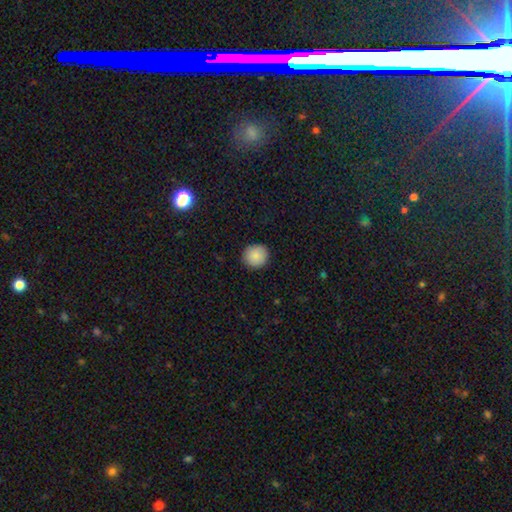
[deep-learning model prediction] A smooth galaxy with no disk features (87%) that is round (92%).

Vote fractions:
- Smooth or featured? smooth: 87% / star or artifact: 8% / featured or disk: 5%
- How rounded? round: 92% / in between: 7% / cigar-shaped: 1%
- Merging? none: 90% / minor disturbance: 7% / major disturbance: 2% / merger: 1%